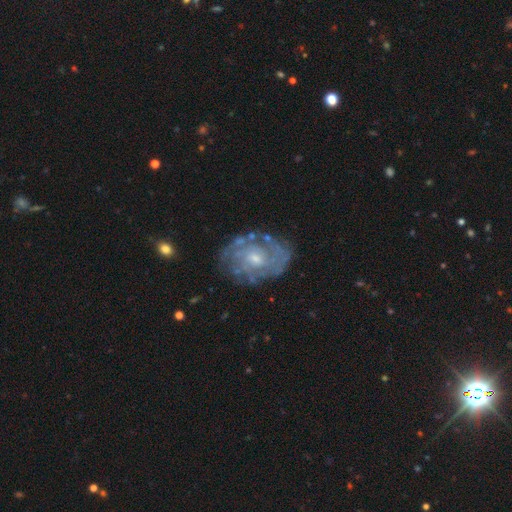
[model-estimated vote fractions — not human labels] This is likely a featured or disk galaxy (72%). It is clearly not viewed edge-on (96%). Bar: likely no (74%). Spiral arm pattern: likely yes (79%). Spiral arm count: possibly can't tell (51%). Spiral winding: likely tight (65%). Central bulge: possibly small (48%). Merging: likely none (76%).